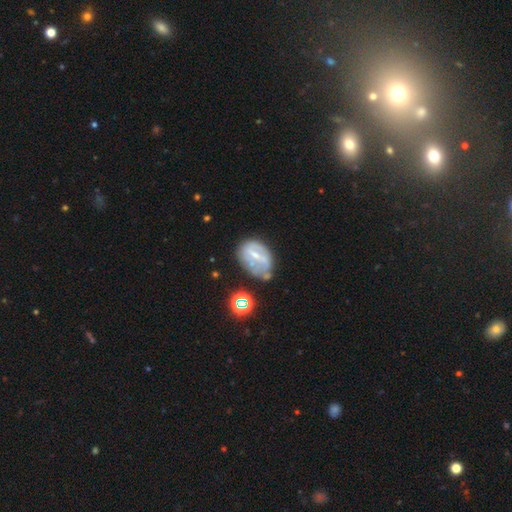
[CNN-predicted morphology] A featured or disk galaxy (61%) with a weak bar (44%), no spiral arms (50%, tied with yes) and a small central bulge (58%).

Vote fractions:
- Smooth or featured? featured or disk: 61% / smooth: 29% / star or artifact: 10%
- Edge-on disk? no: 96% / yes: 4%
- Bar? weak: 44% / strong: 34% / no: 22%
- Spiral arms? no: 50% (tied) / yes: 50% (tied)
- Bulge size? small: 58% / moderate: 27% / none: 12% / large: 1% / dominant: 1%
- Merging? none: 39% / minor disturbance: 33% / major disturbance: 18% / merger: 10%